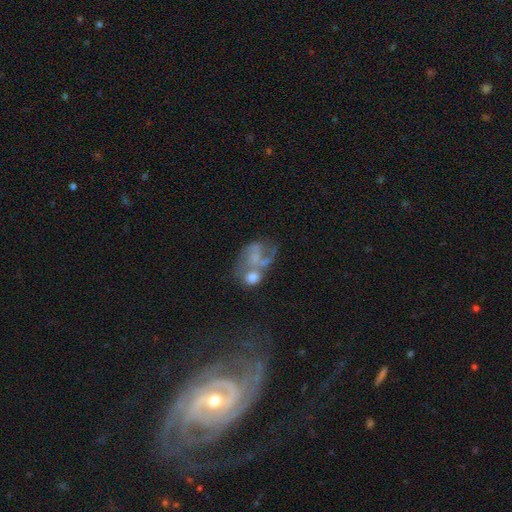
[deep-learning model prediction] Smooth or featured?
  - featured or disk: 57% *
  - smooth: 33%
  - star or artifact: 11%
Edge-on disk?
  - no: 98% *
  - yes: 2%
Bar?
  - no: 77% *
  - weak: 18%
  - strong: 5%
Spiral arms?
  - no: 56% *
  - yes: 44%
Bulge size?
  - none: 50% *
  - small: 23%
  - moderate: 19%
  - large: 6%
  - dominant: 2%
Merging?
  - merger: 35% *
  - none: 25%
  - major disturbance: 25%
  - minor disturbance: 16%